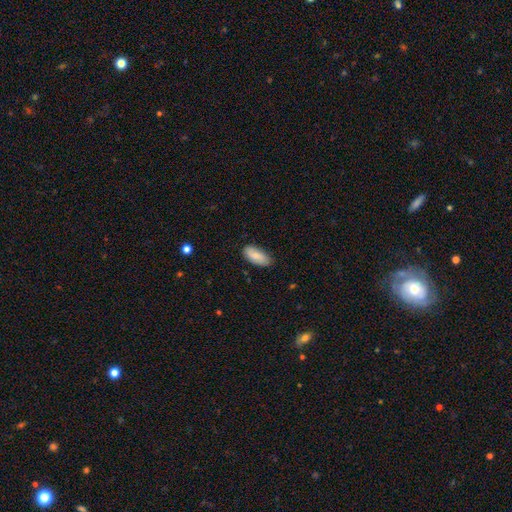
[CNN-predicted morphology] A smooth galaxy with no disk features (84%) that is in between round and cigar-shaped (89%). Merging: none (79%).